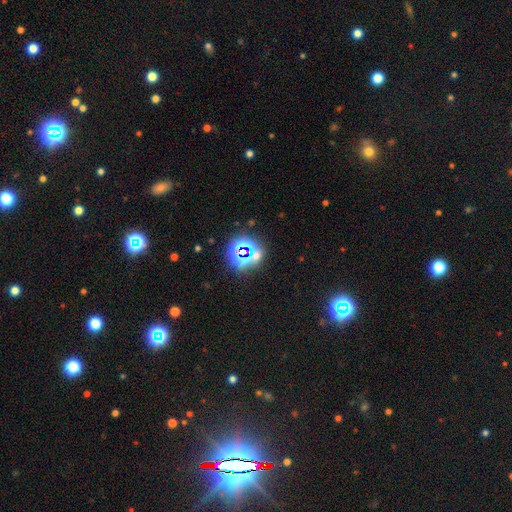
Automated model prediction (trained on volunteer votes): A star or artifact, not a galaxy (67%).